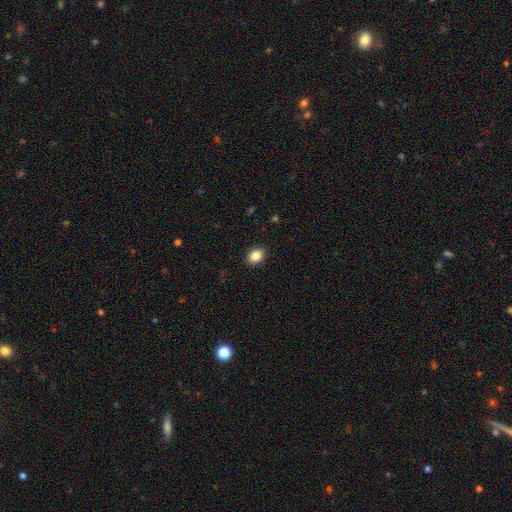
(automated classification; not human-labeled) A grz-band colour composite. It shows a smooth galaxy with no disk features (86%) that is in between round and cigar-shaped (69%). Merging: none (91%).